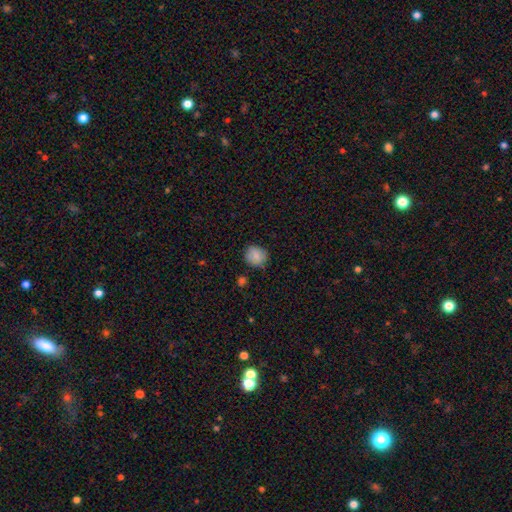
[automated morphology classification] This appears to be a smooth galaxy with no disk features (83%) that is round (80%). Merging: none (80%).